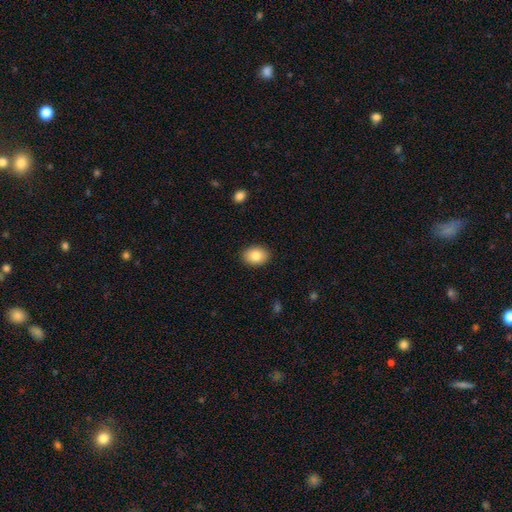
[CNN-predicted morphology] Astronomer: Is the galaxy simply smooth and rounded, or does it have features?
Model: smooth — 83%.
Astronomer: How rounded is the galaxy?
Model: in between — 69%.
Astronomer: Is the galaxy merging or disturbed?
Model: none — 89%.